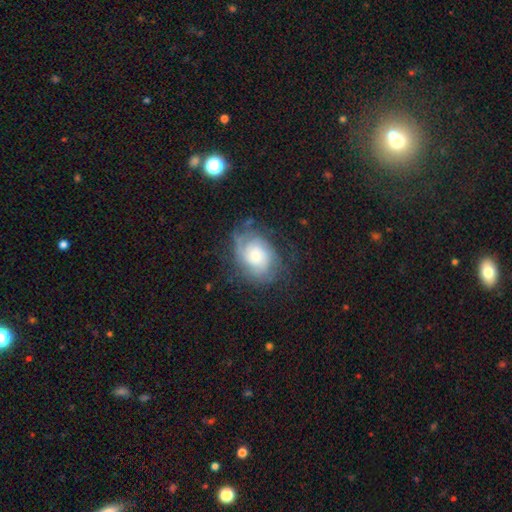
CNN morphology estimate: featured or disk 65%, smooth 27%, star or artifact 8%. Down the decision tree: edge-on disk — no (97%); bar — no (79%); spiral arms — yes (87%); spiral arm count — can't tell (46%); spiral winding — tight (57%); bulge size — moderate (40%); merging — none (60%).